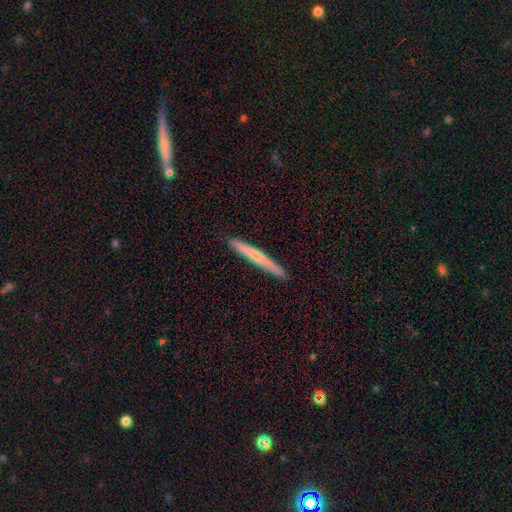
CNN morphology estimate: Smooth or featured? smooth (48%)
Merging? none (91%)